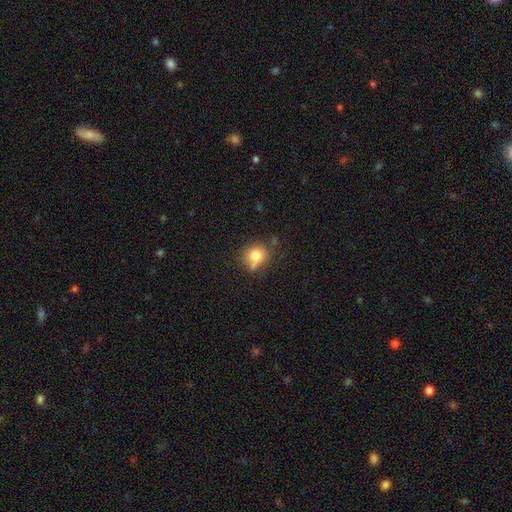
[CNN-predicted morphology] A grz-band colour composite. It shows a smooth galaxy with no disk features (78%) that is round (75%). Merging: none (62%).